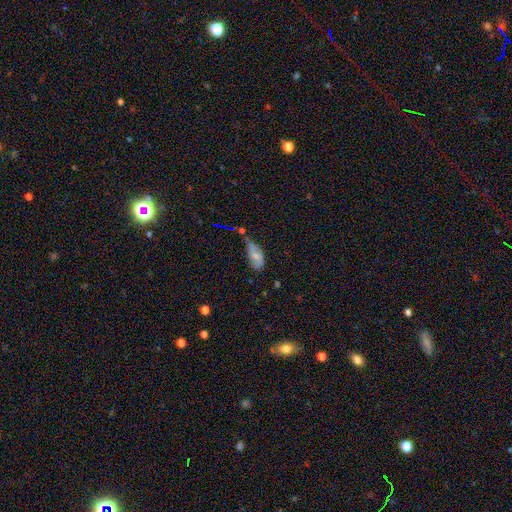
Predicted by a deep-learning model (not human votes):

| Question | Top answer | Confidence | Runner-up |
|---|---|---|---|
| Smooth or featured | smooth | 61% | featured or disk (29%) |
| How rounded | in between | 89% | cigar-shaped (7%) |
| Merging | minor disturbance | 36% | none (33%) |